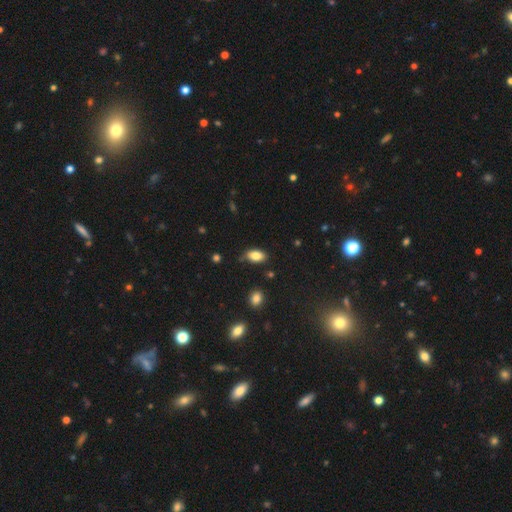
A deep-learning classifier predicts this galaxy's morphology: Overall: smooth (83%). How rounded: in between (92%). Merging: none (73%).